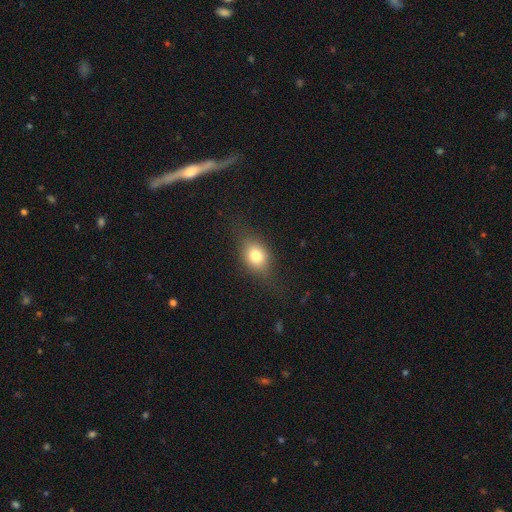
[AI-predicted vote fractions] A smooth galaxy with no disk features (72%) that is in between round and cigar-shaped (59%).

Vote fractions:
- Smooth or featured? smooth: 72% / featured or disk: 18% / star or artifact: 10%
- How rounded? in between: 59% / round: 38% / cigar-shaped: 3%
- Merging? none: 69% / minor disturbance: 20% / major disturbance: 10% / merger: 1%